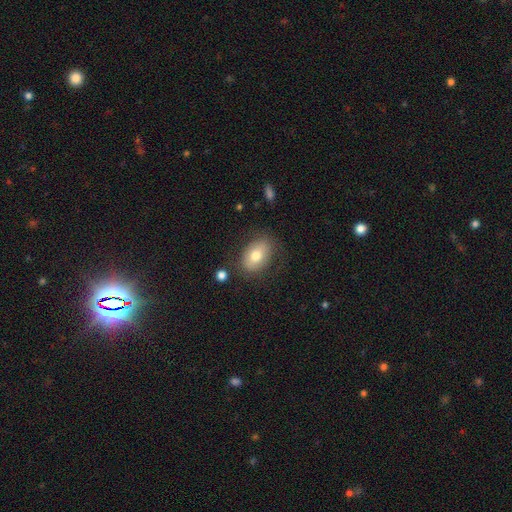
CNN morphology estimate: Smooth or featured? Predicted: smooth (p=0.71). How rounded? Predicted: in between (p=0.83). Merging? Predicted: none (p=0.77).